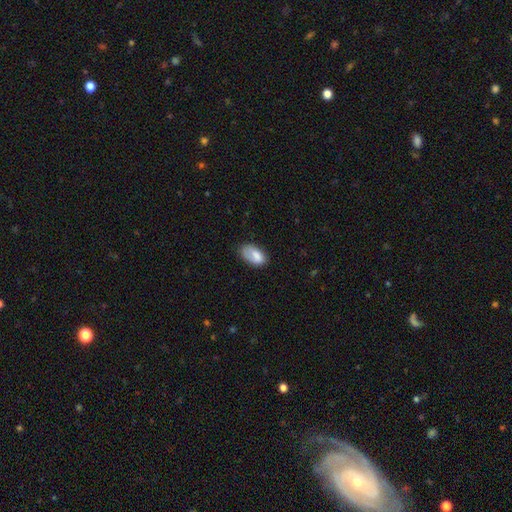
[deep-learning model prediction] A smooth galaxy with no disk features (80%) that is in between round and cigar-shaped (93%).

Vote fractions:
- Smooth or featured? smooth: 80% / featured or disk: 13% / star or artifact: 8%
- How rounded? in between: 93% / round: 4% / cigar-shaped: 2%
- Merging? none: 57% / minor disturbance: 30% / major disturbance: 11% / merger: 3%